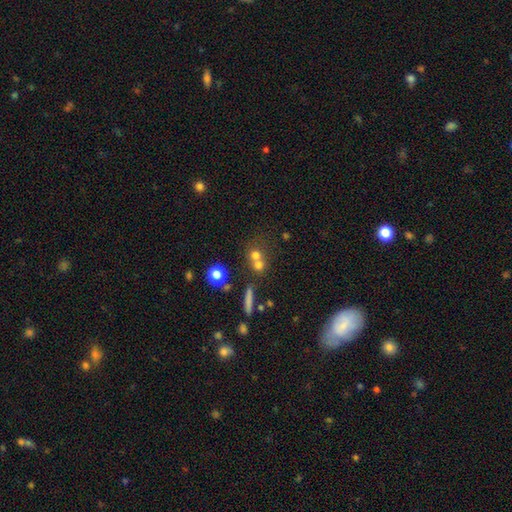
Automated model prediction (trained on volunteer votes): Smooth or featured: smooth — 66% (featured or disk — 18%)
How rounded: round — 84% (in between — 14%)
Merging: merger — 51% (none — 38%)